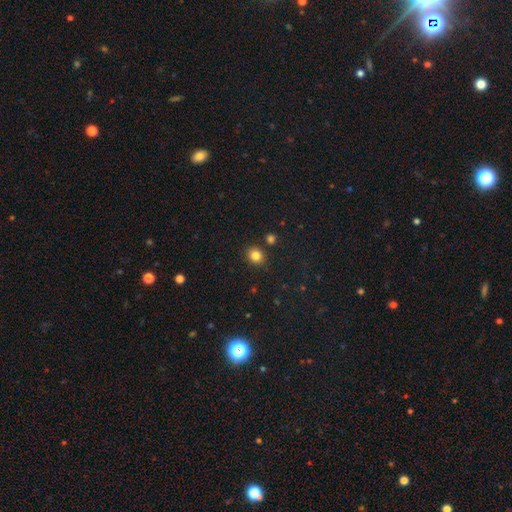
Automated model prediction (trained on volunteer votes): A smooth galaxy with no disk features (83%) that is round (69%).

Vote fractions:
- Smooth or featured? smooth: 83% / star or artifact: 12% / featured or disk: 5%
- How rounded? round: 69% / in between: 30% / cigar-shaped: 1%
- Merging? none: 85% / minor disturbance: 8% / merger: 5% / major disturbance: 2%